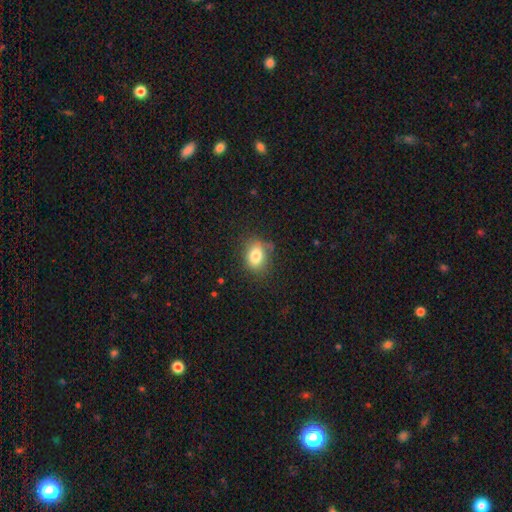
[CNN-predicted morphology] This appears to be a smooth galaxy with no disk features (81%) that is in between round and cigar-shaped (60%). Merging: none (73%).